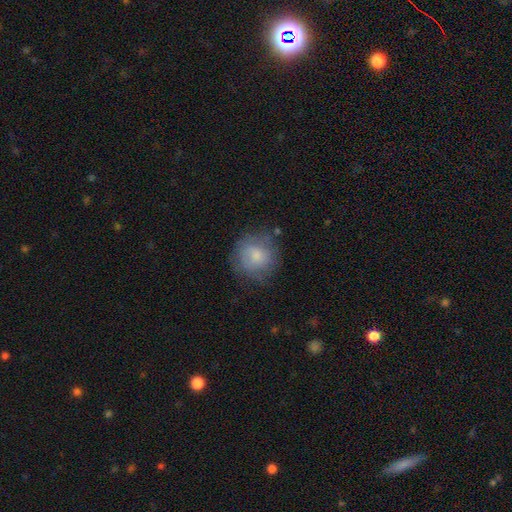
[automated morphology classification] smooth 67%, featured or disk 25%, star or artifact 8%. Down the decision tree: how rounded — round (89%); merging — none (68%).